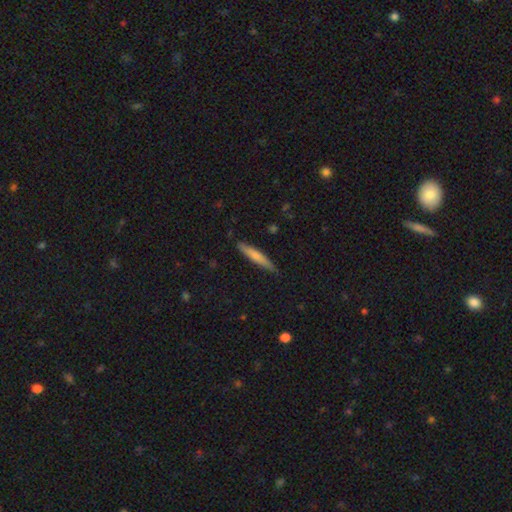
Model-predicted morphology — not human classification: A smooth galaxy with no disk features (69%) that is cigar-shaped (92%).

Vote fractions:
- Smooth or featured? smooth: 69% / featured or disk: 25% / star or artifact: 6%
- How rounded? cigar-shaped: 92% / in between: 6% / round: 1%
- Merging? none: 85% / minor disturbance: 11% / major disturbance: 2% / merger: 1%